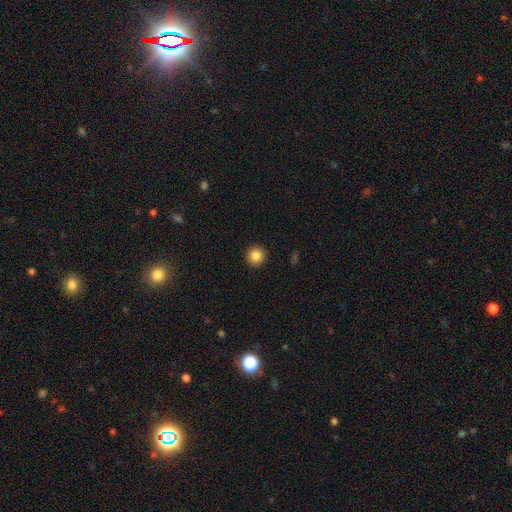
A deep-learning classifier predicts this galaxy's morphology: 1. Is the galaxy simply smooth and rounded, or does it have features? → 86% smooth, 10% star or artifact, 5% featured or disk.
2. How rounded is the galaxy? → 96% round, 4% in between, 1% cigar-shaped.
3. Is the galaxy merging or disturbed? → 93% none, 4% minor disturbance, 2% major disturbance, 1% merger.